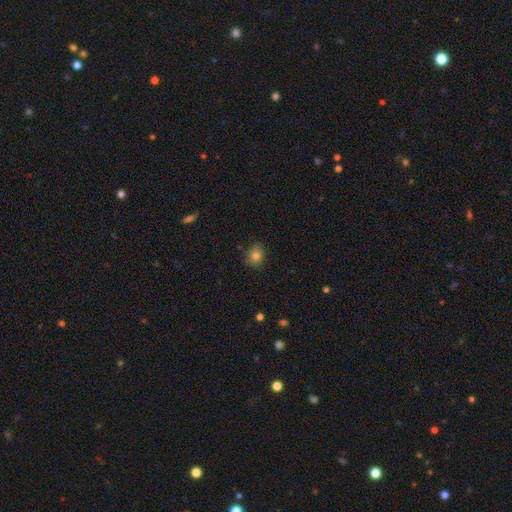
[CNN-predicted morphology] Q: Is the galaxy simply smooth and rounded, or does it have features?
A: smooth — 80%.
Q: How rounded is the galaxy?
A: round — 65%.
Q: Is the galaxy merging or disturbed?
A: none — 83%.